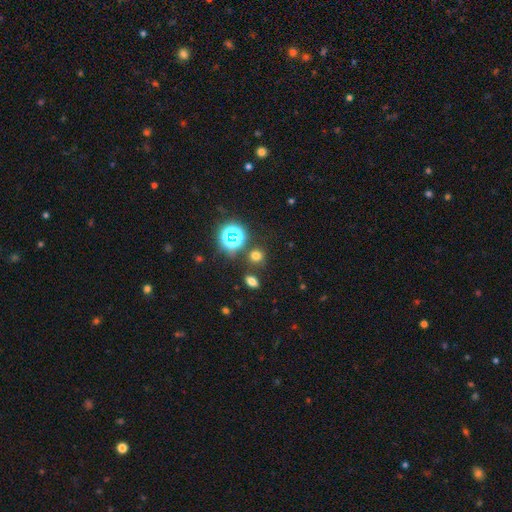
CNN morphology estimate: A smooth galaxy with no disk features (62%) that is round (72%). Merging: none (78%).